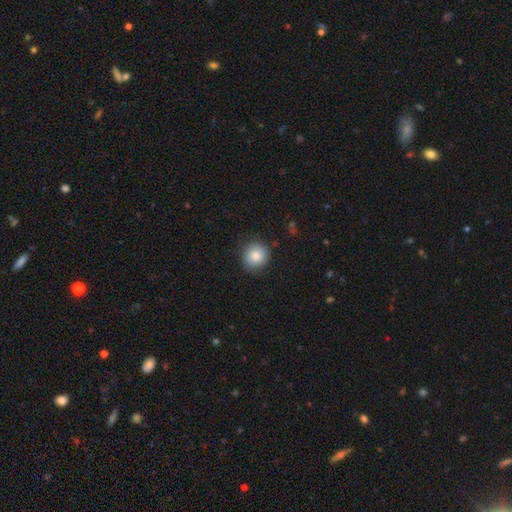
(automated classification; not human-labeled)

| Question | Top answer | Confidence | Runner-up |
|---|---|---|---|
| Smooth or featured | smooth | 82% | featured or disk (9%) |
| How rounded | round | 89% | in between (11%) |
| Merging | none | 85% | minor disturbance (11%) |